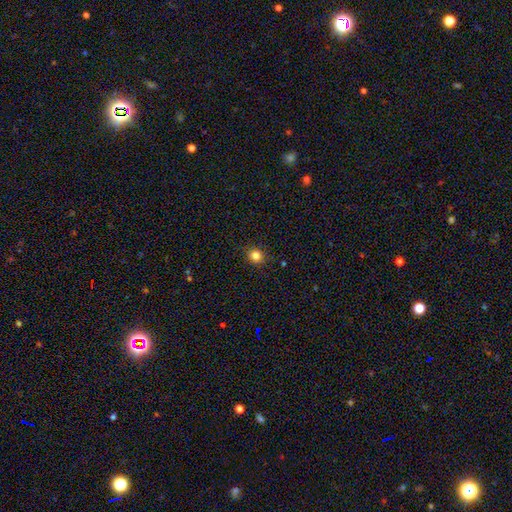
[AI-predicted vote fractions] A smooth galaxy with no disk features (83%) that is round (81%).

Vote fractions:
- Smooth or featured? smooth: 83% / star or artifact: 12% / featured or disk: 5%
- How rounded? round: 81% / in between: 19% / cigar-shaped: 1%
- Merging? none: 89% / minor disturbance: 8% / major disturbance: 2% / merger: 1%